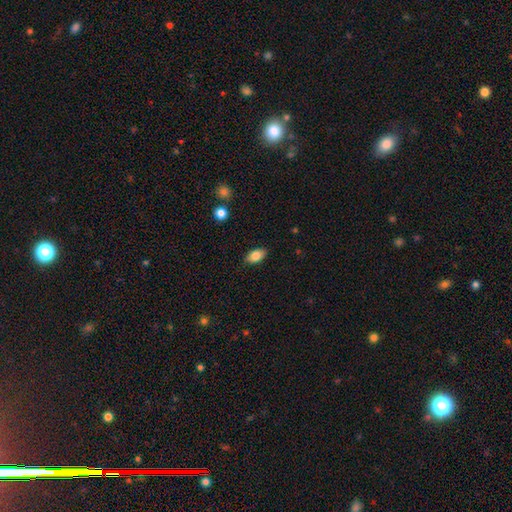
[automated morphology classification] smooth_or_featured: smooth (p=0.83) [alt: featured or disk p=0.09]
how_rounded: in between (p=0.91) [alt: round p=0.06]
merging: none (p=0.87) [alt: minor disturbance p=0.10]